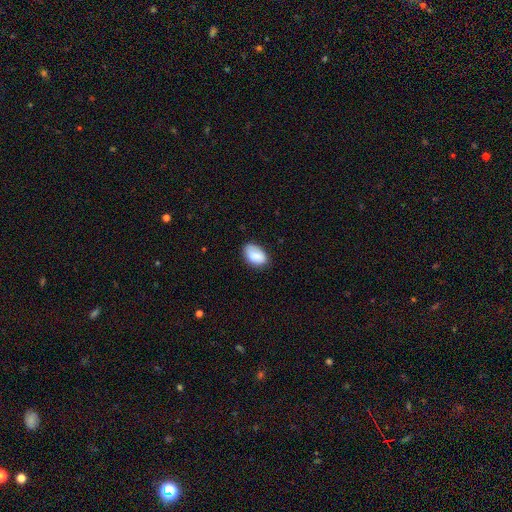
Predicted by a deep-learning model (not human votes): smooth-or-featured: smooth: 85% | featured or disk: 8% | star or artifact: 7%
  how-rounded: in between: 90% | round: 9% | cigar-shaped: 1%
  merging: none: 72% | minor disturbance: 23% | major disturbance: 4% | merger: 1%